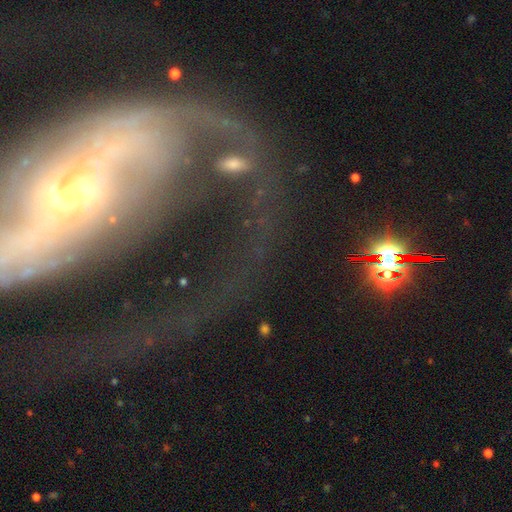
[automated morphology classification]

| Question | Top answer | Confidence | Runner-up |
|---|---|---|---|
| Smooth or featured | featured or disk | 77% | star or artifact (12%) |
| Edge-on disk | no | 91% | yes (9%) |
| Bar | no | 35% | strong (34%) |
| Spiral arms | yes | 77% | no (23%) |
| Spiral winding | loose | 44% | medium (34%) |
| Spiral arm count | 2 | 59% | can't tell (16%) |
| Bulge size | small | 47% | moderate (41%) |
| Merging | none | 42% | major disturbance (39%) |